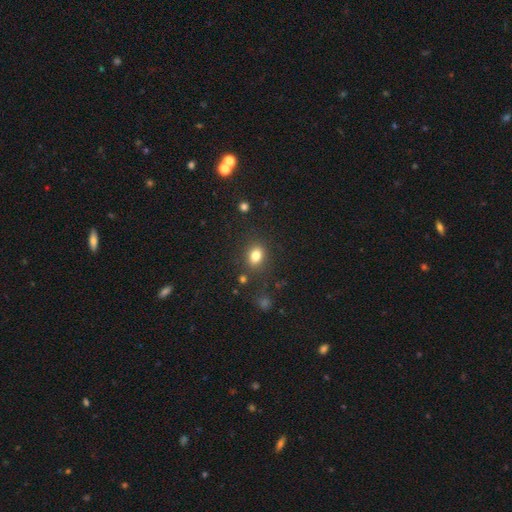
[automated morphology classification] Smooth or featured? smooth (81%)
How rounded? in between (59%)
Merging? none (82%)